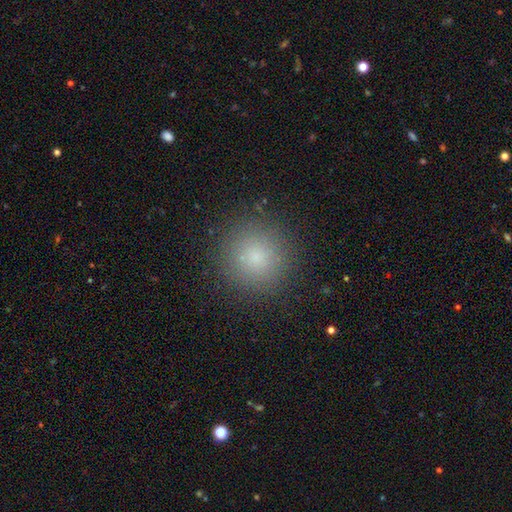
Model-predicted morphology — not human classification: The model was most divided on "smooth or featured": smooth: 78%, star or artifact: 15%, featured or disk: 7%. More confident: how rounded — round (95%); merging — none (91%).